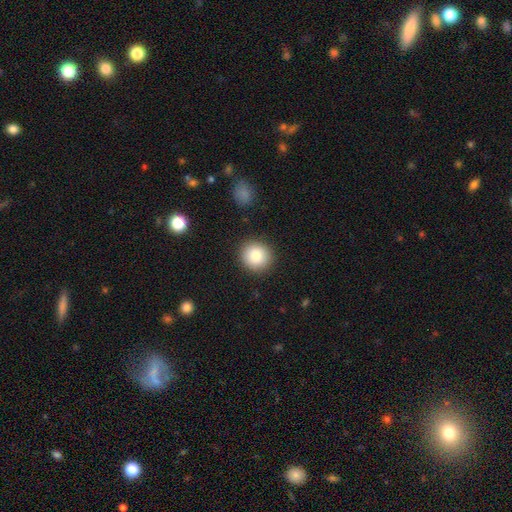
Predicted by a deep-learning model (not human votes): Smooth or featured? smooth (82%)
How rounded? round (90%)
Merging? none (90%)